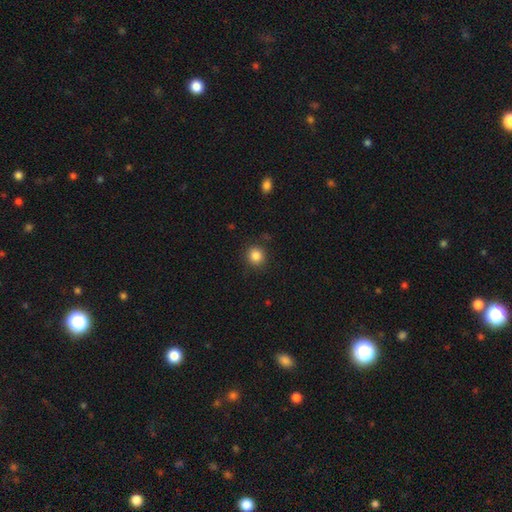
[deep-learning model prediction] Smooth or featured: smooth — 85% (star or artifact — 10%)
How rounded: round — 91% (in between — 8%)
Merging: none — 88% (minor disturbance — 8%)